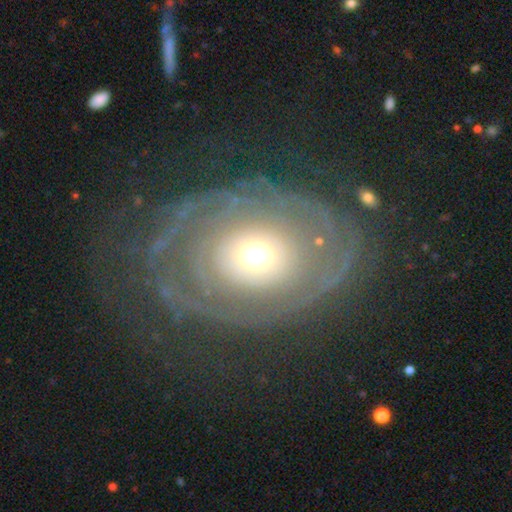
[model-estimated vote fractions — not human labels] Q: Smooth or featured?
A: featured or disk (73%); runner-up: smooth (18%)
Q: Edge-on disk?
A: no (95%); runner-up: yes (5%)
Q: Bar?
A: no (86%); runner-up: weak (9%)
Q: Spiral arms?
A: yes (69%); runner-up: no (31%)
Q: Bulge size?
A: moderate (56%); runner-up: large (19%)
Q: Merging?
A: none (71%); runner-up: major disturbance (14%)